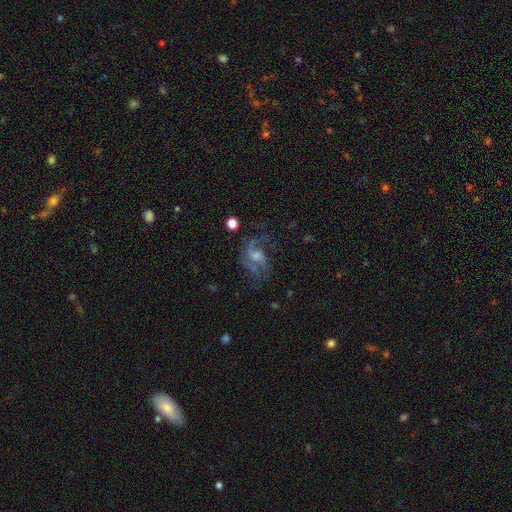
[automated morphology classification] Q: Smooth or featured?
A: featured or disk (78%); runner-up: smooth (12%)
Q: Edge-on disk?
A: no (97%); runner-up: yes (3%)
Q: Bar?
A: no (52%); runner-up: weak (40%)
Q: Spiral arms?
A: yes (92%); runner-up: no (8%)
Q: Spiral winding?
A: medium (47%); runner-up: loose (38%)
Q: Spiral arm count?
A: 2 (48%); runner-up: 3 (20%)
Q: Bulge size?
A: moderate (46%); runner-up: small (35%)
Q: Merging?
A: none (55%); runner-up: major disturbance (24%)